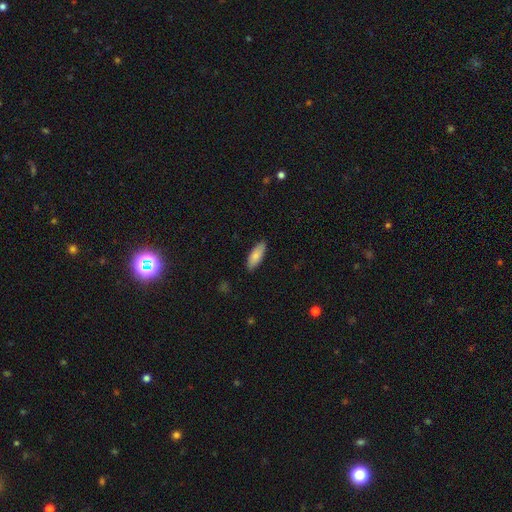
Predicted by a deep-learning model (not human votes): smooth-or-featured: smooth: 84% | featured or disk: 10% | star or artifact: 6%
  how-rounded: in between: 67% | cigar-shaped: 31% | round: 2%
  merging: none: 87% | minor disturbance: 10% | major disturbance: 2% | merger: 1%